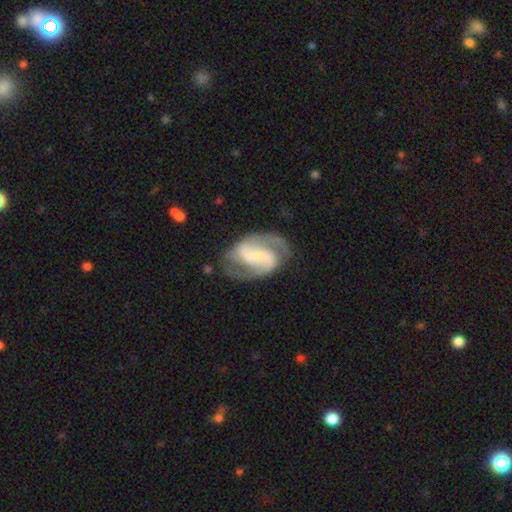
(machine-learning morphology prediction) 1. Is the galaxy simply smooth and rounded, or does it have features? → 86% featured or disk, 8% smooth, 5% star or artifact.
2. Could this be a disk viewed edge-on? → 98% no, 2% yes.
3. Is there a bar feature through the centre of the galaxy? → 40% weak, 39% strong, 21% no.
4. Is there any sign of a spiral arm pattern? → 96% yes, 4% no.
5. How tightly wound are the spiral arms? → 53% medium, 26% tight, 21% loose.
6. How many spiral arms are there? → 89% 2, 4% can't tell, 3% 3, 2% 1, 1% 4, 1% more than 4.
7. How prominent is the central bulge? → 39% small, 35% none, 17% moderate, 7% large, 2% dominant.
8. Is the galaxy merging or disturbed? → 72% none, 17% minor disturbance, 9% major disturbance, 2% merger.